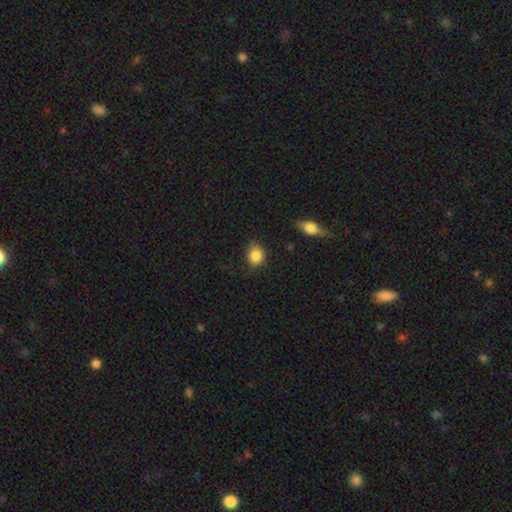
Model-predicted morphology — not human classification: smooth 85%, star or artifact 9%, featured or disk 7%. Down the decision tree: how rounded — round (60%); merging — none (67%).